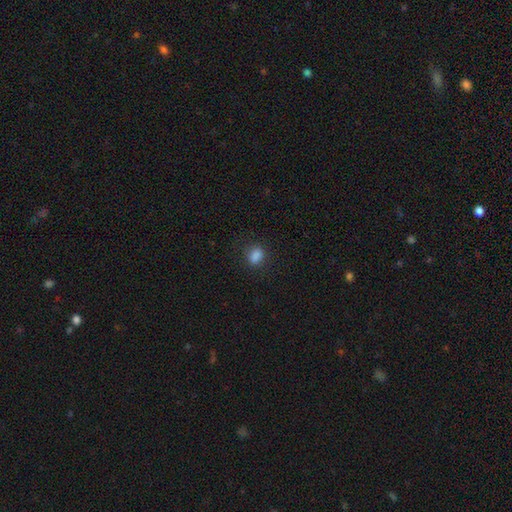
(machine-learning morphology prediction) type=smooth (84%); roundness=in between (60%); merging=none (82%).